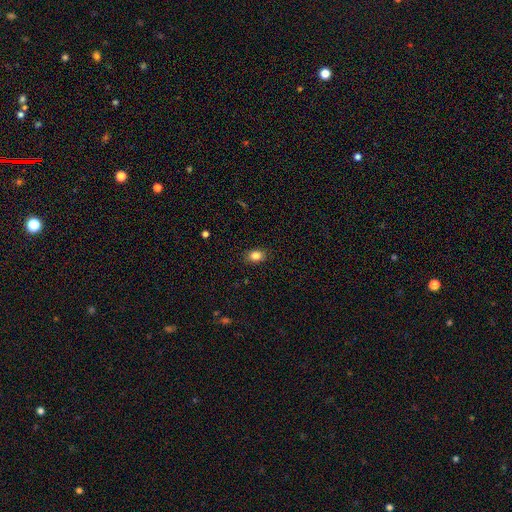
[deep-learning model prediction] Morphology: type=smooth (84%); roundness=in between (70%); merging=none (87%).